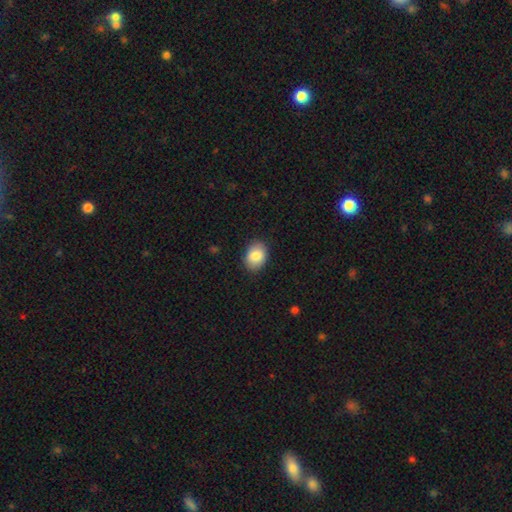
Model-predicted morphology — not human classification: The model was most divided on "how rounded": in between: 75%, round: 24%, cigar-shaped: 1%. More confident: merging — none (87%); smooth or featured — smooth (85%).